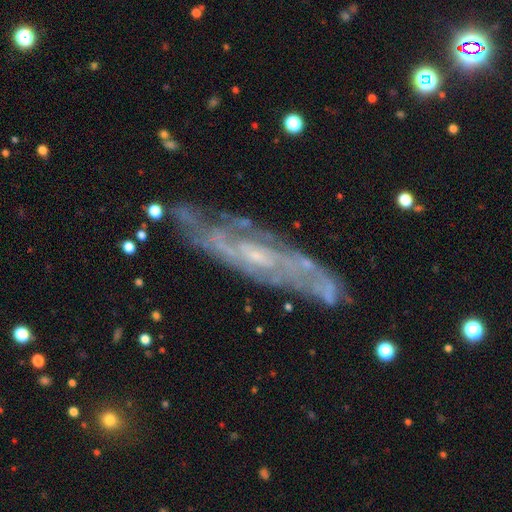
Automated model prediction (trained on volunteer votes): Smooth or featured: featured or disk — 82% (smooth — 11%)
Edge-on disk: no — 75% (yes — 25%)
Bar: no — 50% (weak — 39%)
Spiral arms: yes — 86% (no — 14%)
Spiral winding: tight — 50% (medium — 37%)
Spiral arm count: can't tell — 47% (2 — 32%)
Bulge size: small — 72% (moderate — 18%)
Merging: none — 70% (minor disturbance — 19%)